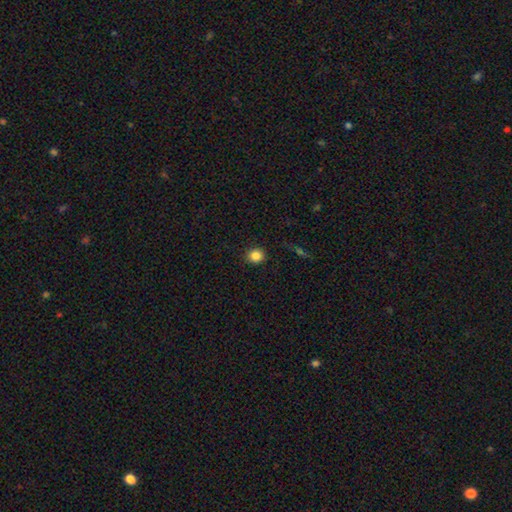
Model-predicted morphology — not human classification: The model was most divided on "smooth or featured": smooth: 85%, star or artifact: 11%, featured or disk: 4%. More confident: merging — none (90%); how rounded — round (88%).